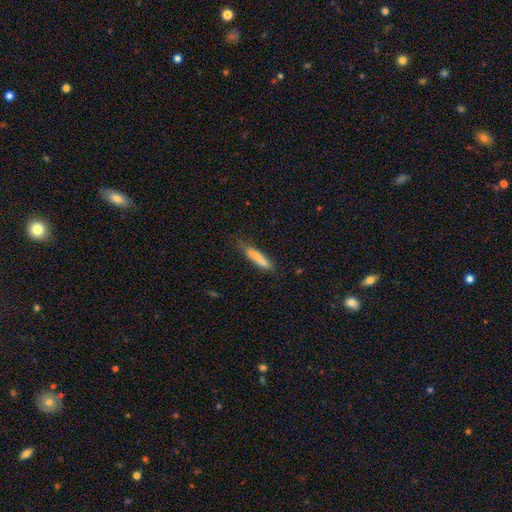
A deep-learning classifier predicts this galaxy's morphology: A smooth galaxy with no disk features (77%) that is cigar-shaped (89%). Merging: none (70%).